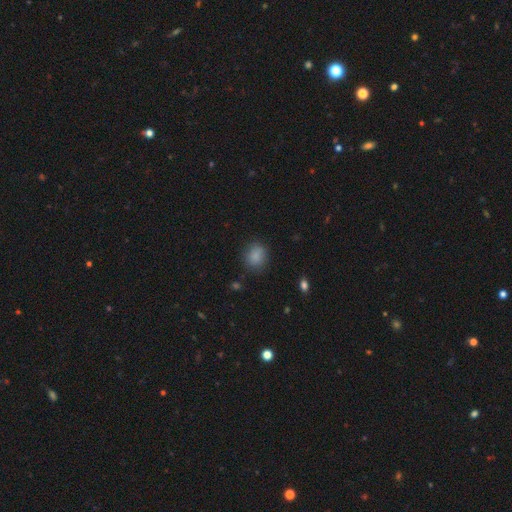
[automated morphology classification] The model was most divided on "how rounded": round: 56%, in between: 43%, cigar-shaped: 1%. More confident: smooth or featured — smooth (85%); merging — none (79%).